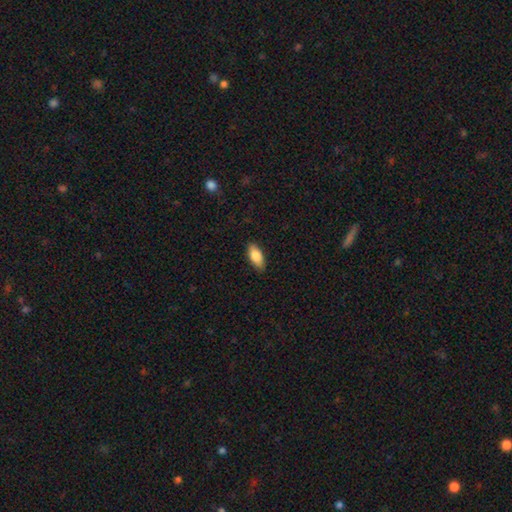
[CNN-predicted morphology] A smooth galaxy with no disk features (84%) that is in between round and cigar-shaped (86%). Merging: none (87%).